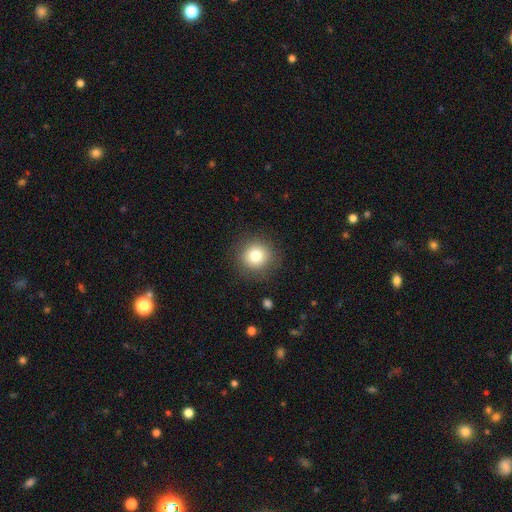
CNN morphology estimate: A smooth galaxy with no disk features (79%) that is round (92%).

Vote fractions:
- Smooth or featured? smooth: 79% / star or artifact: 11% / featured or disk: 9%
- How rounded? round: 92% / in between: 7% / cigar-shaped: 1%
- Merging? none: 88% / minor disturbance: 8% / major disturbance: 3% / merger: 1%